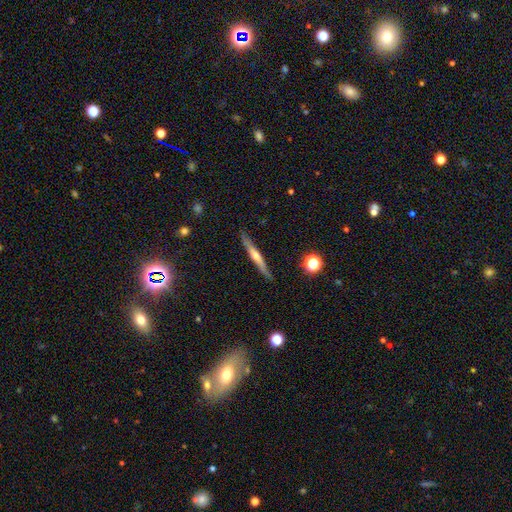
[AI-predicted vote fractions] featured or disk 63%, smooth 30%, star or artifact 7%. Down the decision tree: edge-on disk — yes (96%); edge-on bulge — rounded (76%); merging — none (88%).